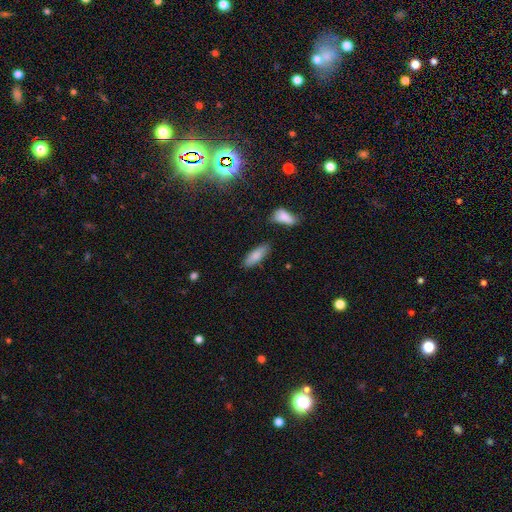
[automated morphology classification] The model was most divided on "how rounded": in between: 66%, cigar-shaped: 32%, round: 2%. More confident: smooth or featured — smooth (83%); merging — none (77%).